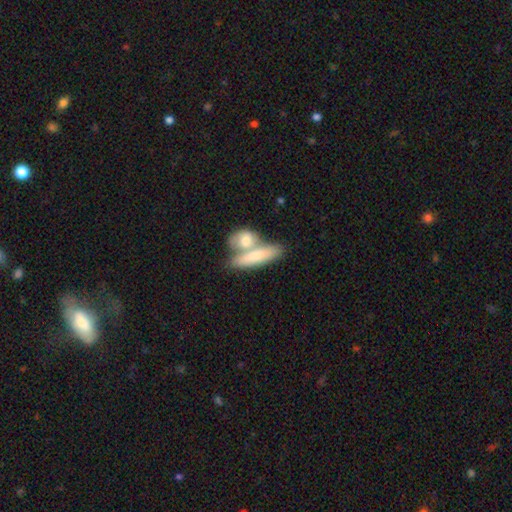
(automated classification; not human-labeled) smooth 70%, featured or disk 25%, star or artifact 5%. Down the decision tree: how rounded — in between (47%); merging — merger (53%).